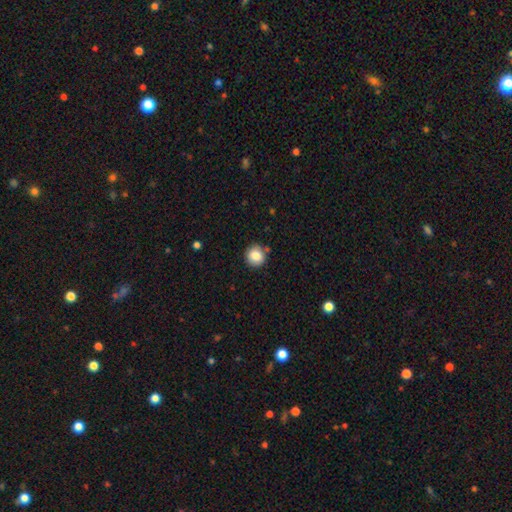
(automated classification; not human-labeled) Morphology: type=smooth (84%); roundness=round (90%); merging=none (84%).